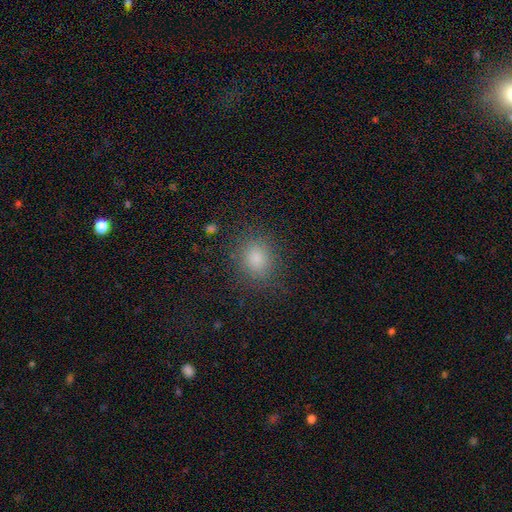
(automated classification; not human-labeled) This appears to be a smooth galaxy with no disk features (82%) that is round (75%). Merging: none (85%).